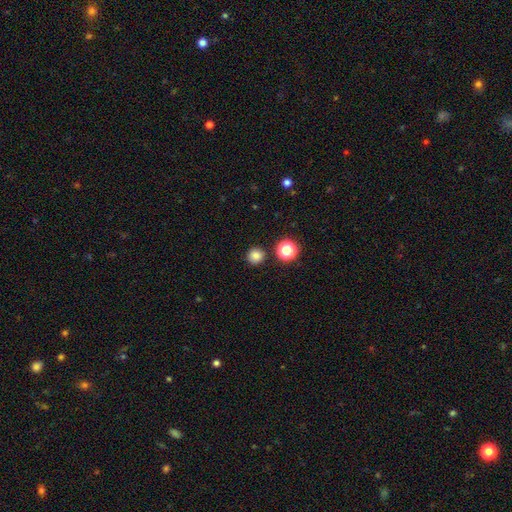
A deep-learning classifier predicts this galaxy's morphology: smooth 81%, star or artifact 14%, featured or disk 4%. Down the decision tree: how rounded — round (93%); merging — none (88%).